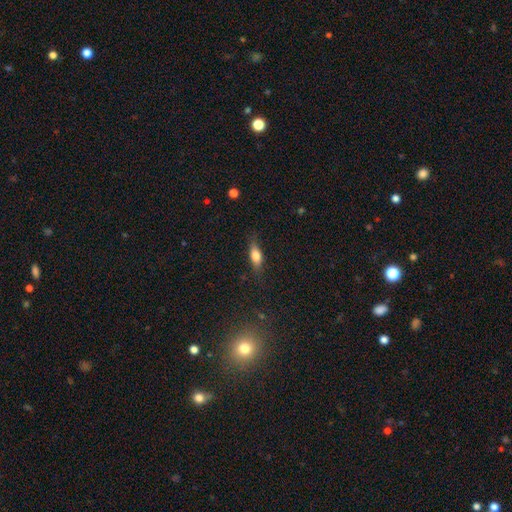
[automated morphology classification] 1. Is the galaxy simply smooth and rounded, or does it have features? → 71% smooth, 21% featured or disk, 8% star or artifact.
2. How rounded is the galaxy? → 67% in between, 29% cigar-shaped, 4% round.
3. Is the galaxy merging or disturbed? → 76% none, 18% minor disturbance, 5% major disturbance, 1% merger.